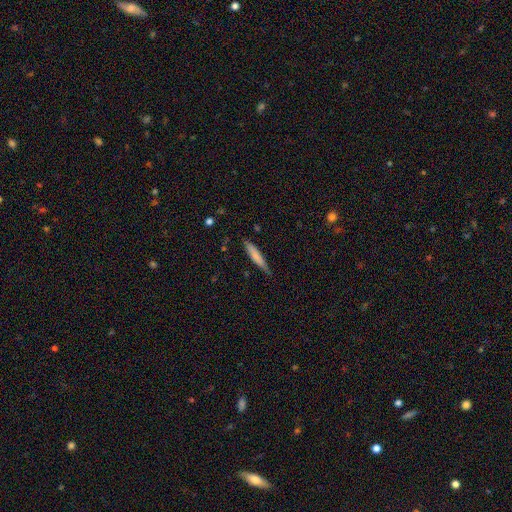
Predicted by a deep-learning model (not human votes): Smooth or featured? smooth (71%)
How rounded? cigar-shaped (91%)
Merging? none (79%)